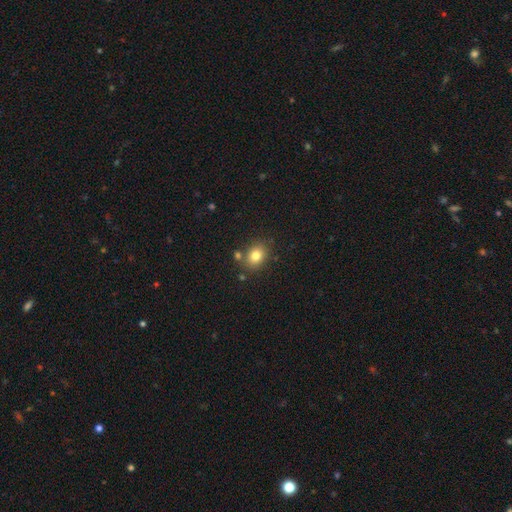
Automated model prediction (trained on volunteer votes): A smooth galaxy with no disk features (81%) that is round (51%).

Vote fractions:
- Smooth or featured? smooth: 81% / star or artifact: 11% / featured or disk: 8%
- How rounded? round: 51% / in between: 48% / cigar-shaped: 1%
- Merging? none: 77% / minor disturbance: 12% / merger: 8% / major disturbance: 3%